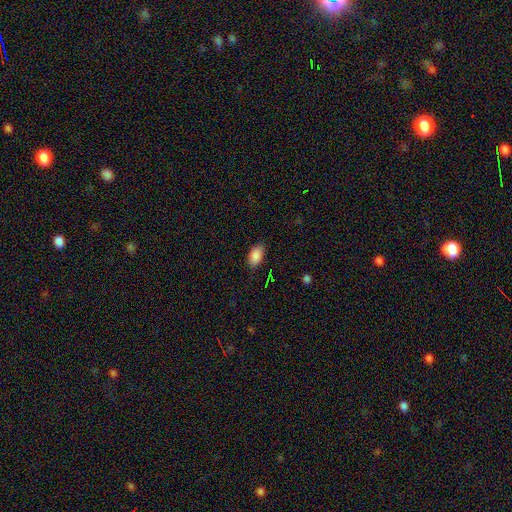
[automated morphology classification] This is clearly a smooth galaxy (89%). How rounded: clearly in between (93%). Merging: clearly none (85%).